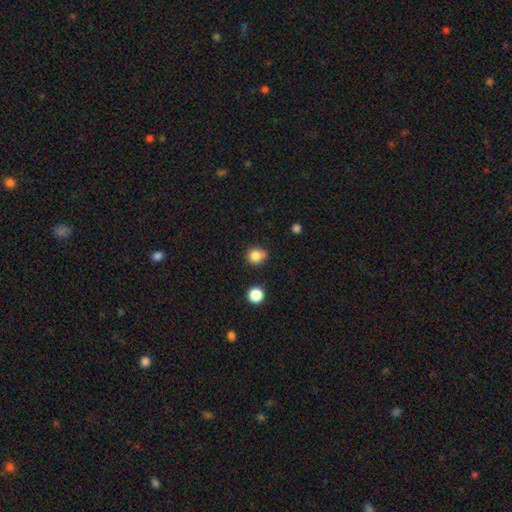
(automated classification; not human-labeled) A smooth galaxy with no disk features (83%) that is round (86%). Merging: none (74%).